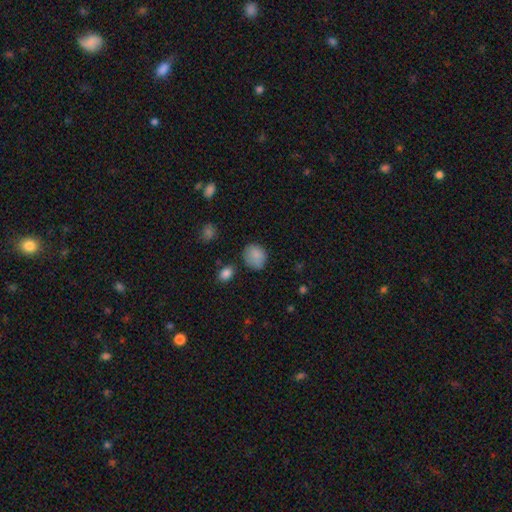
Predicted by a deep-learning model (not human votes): Smooth or featured? smooth (84%)
How rounded? round (61%)
Merging? none (64%)